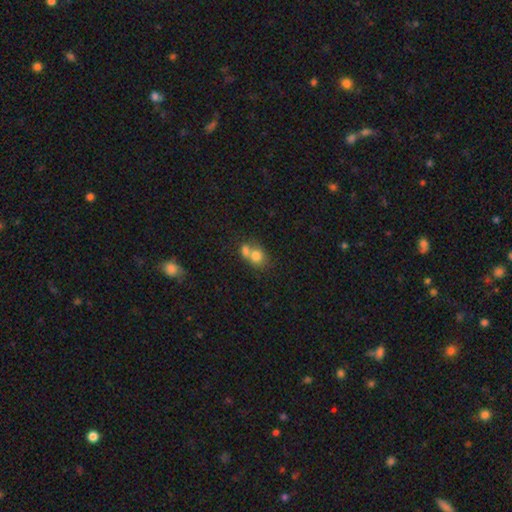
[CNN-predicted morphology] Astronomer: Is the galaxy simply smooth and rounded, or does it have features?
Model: smooth — 75%.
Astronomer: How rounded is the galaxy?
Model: round — 67%.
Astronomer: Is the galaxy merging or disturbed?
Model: merger — 60%.